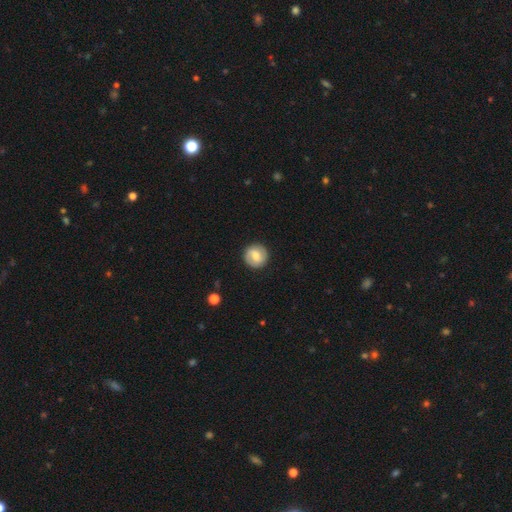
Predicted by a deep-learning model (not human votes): Overall: smooth (60%; featured or disk 34%). How rounded: round (93%). Merging: none (89%).